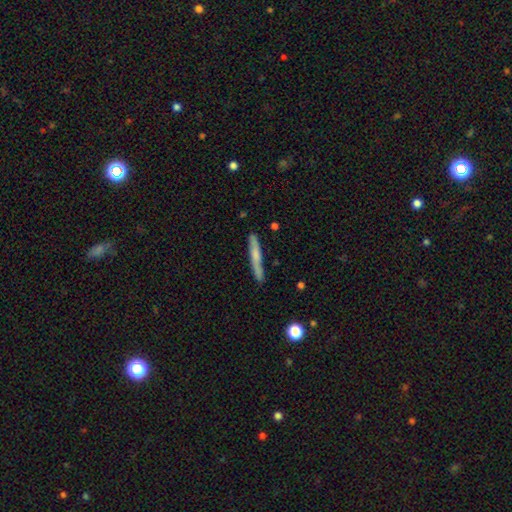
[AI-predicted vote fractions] smooth-or-featured: smooth: 56% | featured or disk: 38% | star or artifact: 6%
  how-rounded: cigar-shaped: 95% | in between: 3% | round: 2%
  merging: none: 83% | minor disturbance: 13% | major disturbance: 2% | merger: 2%